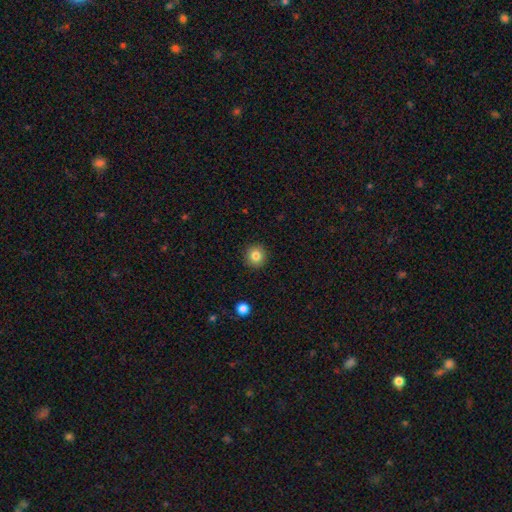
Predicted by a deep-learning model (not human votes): Smooth or featured?
  - smooth: 83% *
  - star or artifact: 10%
  - featured or disk: 7%
How rounded?
  - round: 93% *
  - in between: 6%
  - cigar-shaped: 1%
Merging?
  - none: 92% *
  - minor disturbance: 5%
  - major disturbance: 2%
  - merger: 1%